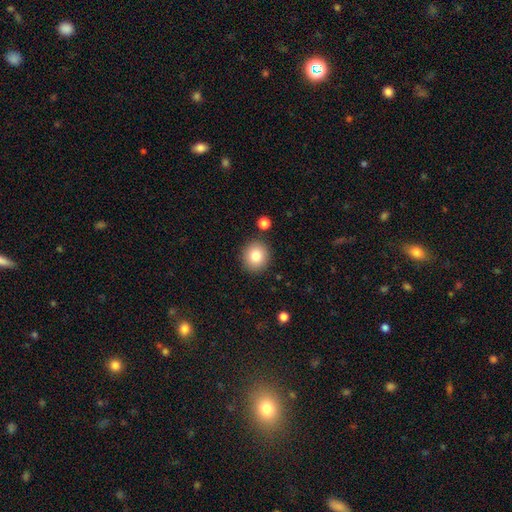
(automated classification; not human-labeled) Q: Smooth or featured?
A: smooth (81%); runner-up: star or artifact (10%)
Q: How rounded?
A: round (86%); runner-up: in between (13%)
Q: Merging?
A: none (88%); runner-up: minor disturbance (7%)